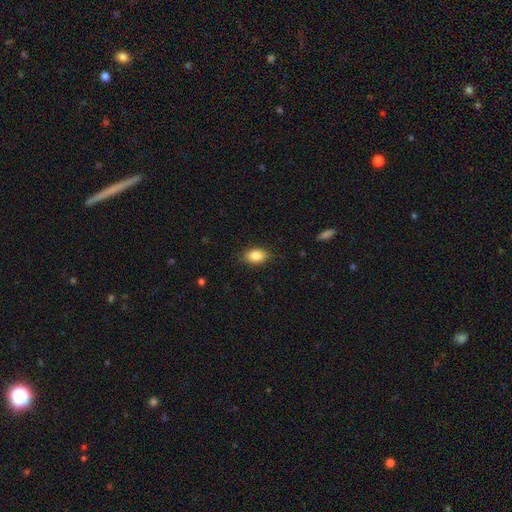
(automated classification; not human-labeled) This appears to be a smooth galaxy with no disk features (87%) that is in between round and cigar-shaped (87%). Merging: none (83%).